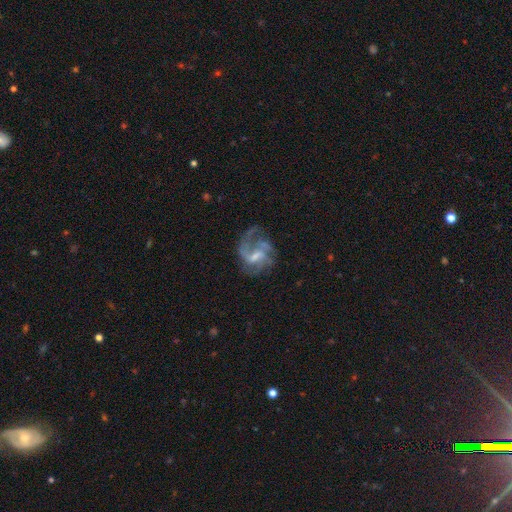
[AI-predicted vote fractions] Smooth or featured: featured or disk — 80% (smooth — 12%)
Edge-on disk: no — 98% (yes — 2%)
Bar: weak — 55% (no — 27%)
Spiral arms: yes — 89% (no — 11%)
Spiral winding: medium — 45% (loose — 36%)
Spiral arm count: 3 — 29% (can't tell — 24%)
Bulge size: moderate — 38% (small — 32%)
Merging: none — 46% (major disturbance — 32%)